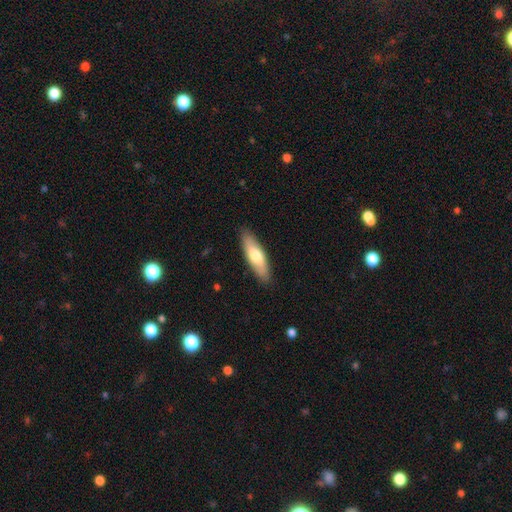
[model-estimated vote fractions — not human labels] This appears to be a smooth galaxy with no disk features (66%) that is cigar-shaped (51%). Merging: none (88%).